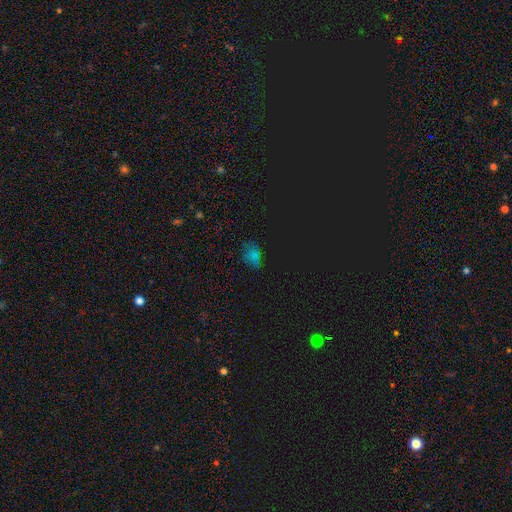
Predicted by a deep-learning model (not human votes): This is possibly a star or artifact rather than a galaxy (46%).